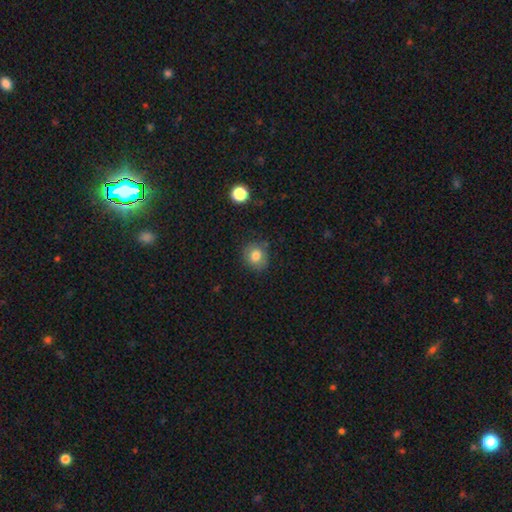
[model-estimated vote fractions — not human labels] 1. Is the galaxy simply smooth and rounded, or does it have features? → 78% smooth, 12% featured or disk, 10% star or artifact.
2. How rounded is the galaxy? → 76% round, 23% in between, 1% cigar-shaped.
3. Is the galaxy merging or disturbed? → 80% none, 14% minor disturbance, 4% major disturbance, 2% merger.